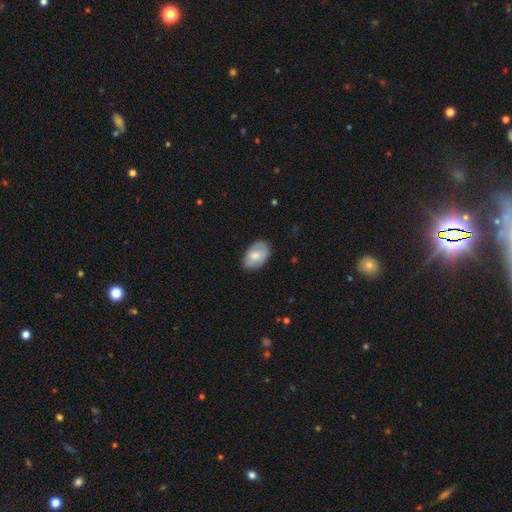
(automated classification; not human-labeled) smooth-or-featured: smooth: 72% | featured or disk: 22% | star or artifact: 6%
  how-rounded: in between: 90% | round: 9% | cigar-shaped: 1%
  merging: none: 79% | minor disturbance: 16% | major disturbance: 3% | merger: 1%